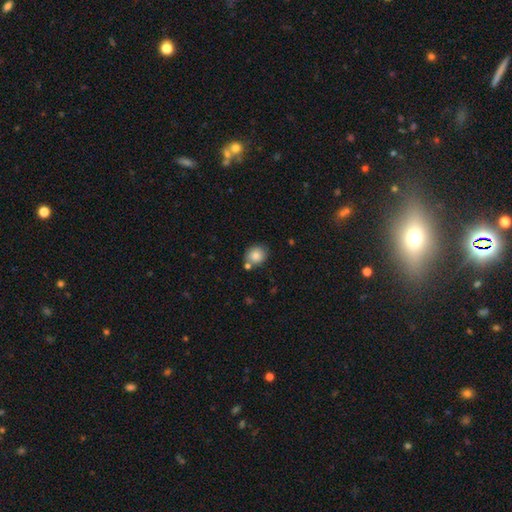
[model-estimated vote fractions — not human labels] smooth_or_featured: smooth (p=0.83) [alt: star or artifact p=0.09]
how_rounded: round (p=0.76) [alt: in between p=0.23]
merging: none (p=0.69) [alt: merger p=0.14]